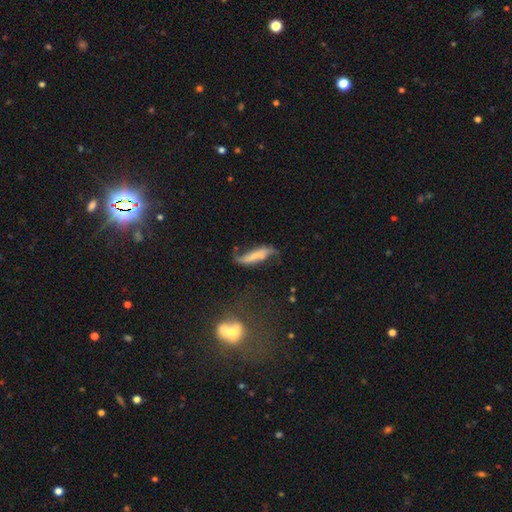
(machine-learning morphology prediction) smooth-or-featured: featured or disk: 54% | smooth: 36% | star or artifact: 9%
  disk-edge-on: no: 75% | yes: 25%
  merging: none: 40% | minor disturbance: 26% | major disturbance: 25% | merger: 9%